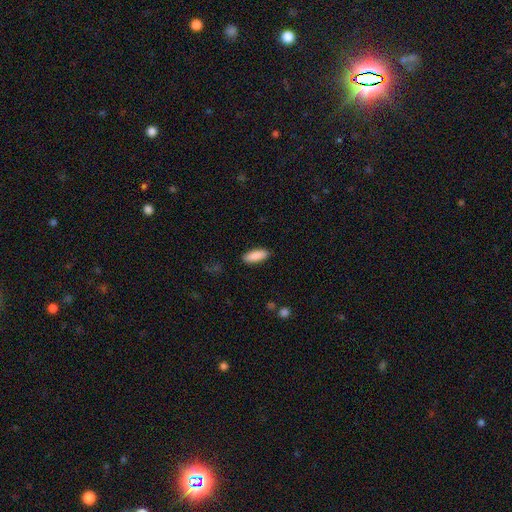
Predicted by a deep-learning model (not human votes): A smooth galaxy with no disk features (90%) that is in between round and cigar-shaped (71%).

Vote fractions:
- Smooth or featured? smooth: 90% / star or artifact: 6% / featured or disk: 4%
- How rounded? in between: 71% / cigar-shaped: 27% / round: 2%
- Merging? none: 90% / minor disturbance: 8% / major disturbance: 2% / merger: 1%